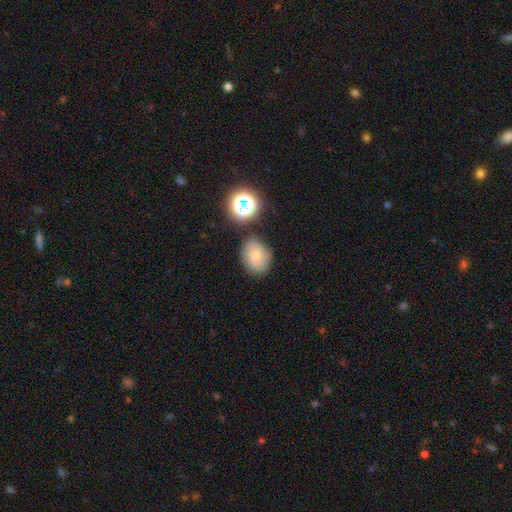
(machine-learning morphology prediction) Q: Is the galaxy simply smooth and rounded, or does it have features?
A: smooth — 64%.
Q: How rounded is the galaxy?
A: in between — 52%.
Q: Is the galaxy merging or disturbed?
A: none — 71%.